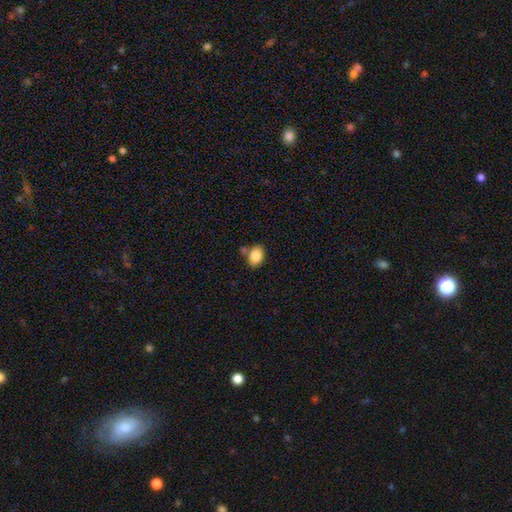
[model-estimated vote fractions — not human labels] A smooth galaxy with no disk features (85%) that is in between round and cigar-shaped (75%). Merging: none (67%).